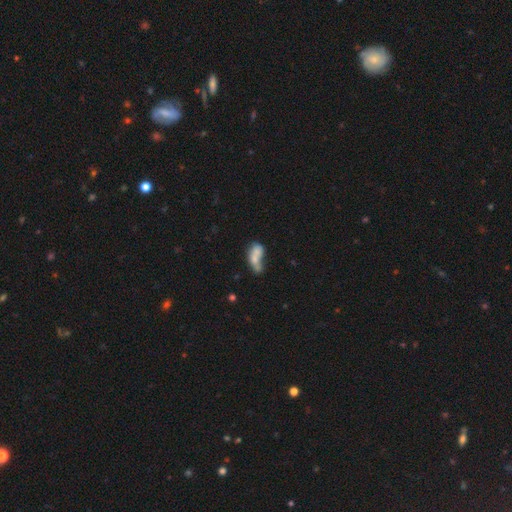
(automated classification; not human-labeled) smooth-or-featured: smooth: 63% | featured or disk: 26% | star or artifact: 10%
  how-rounded: in between: 78% | cigar-shaped: 13% | round: 9%
  merging: merger: 55% | none: 18% | major disturbance: 15% | minor disturbance: 12%